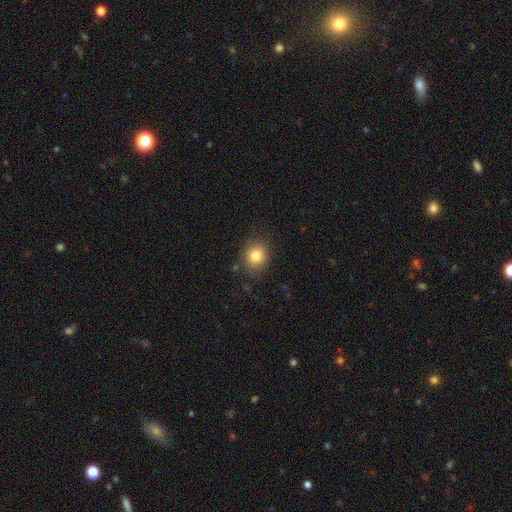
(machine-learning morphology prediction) This appears to be a smooth galaxy with no disk features (83%) that is round (78%). Merging: none (84%).